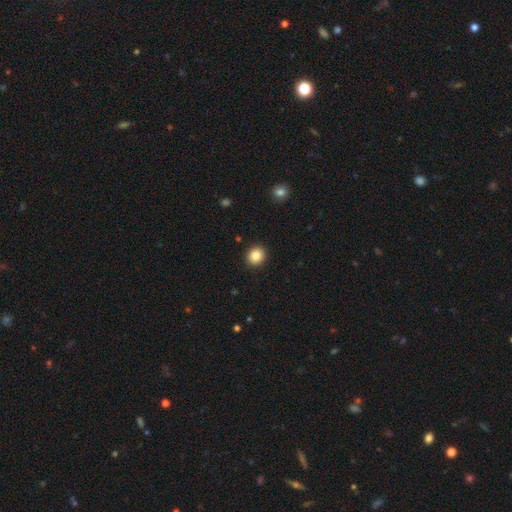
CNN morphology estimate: smooth_or_featured: smooth (p=0.86) [alt: star or artifact p=0.10]
how_rounded: round (p=0.84) [alt: in between p=0.15]
merging: none (p=0.92) [alt: minor disturbance p=0.05]